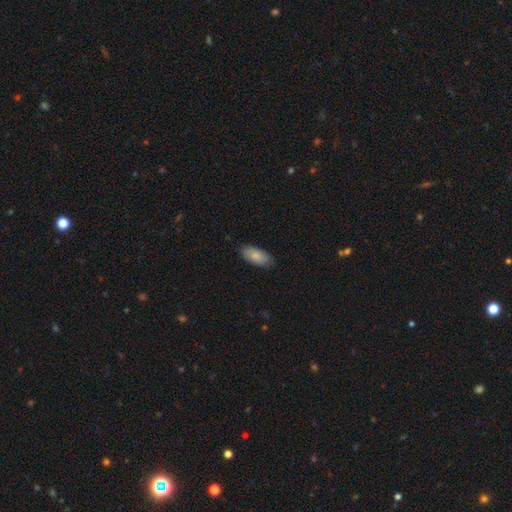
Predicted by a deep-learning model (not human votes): Smooth or featured?
  - smooth: 83% *
  - featured or disk: 11%
  - star or artifact: 6%
How rounded?
  - in between: 91% *
  - cigar-shaped: 7%
  - round: 2%
Merging?
  - none: 83% *
  - minor disturbance: 14%
  - major disturbance: 2%
  - merger: 1%